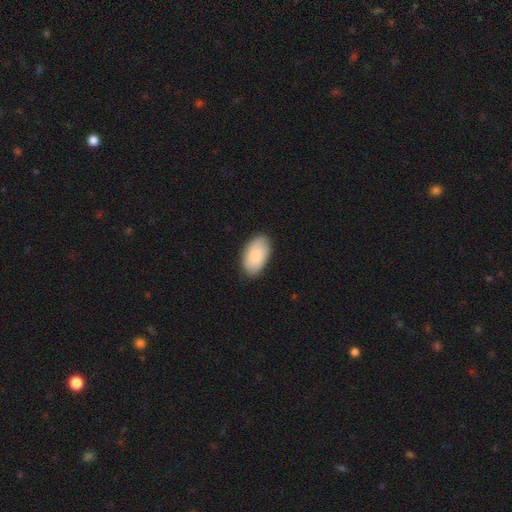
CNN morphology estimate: Overall: smooth (83%). How rounded: in between (95%). Merging: none (83%).